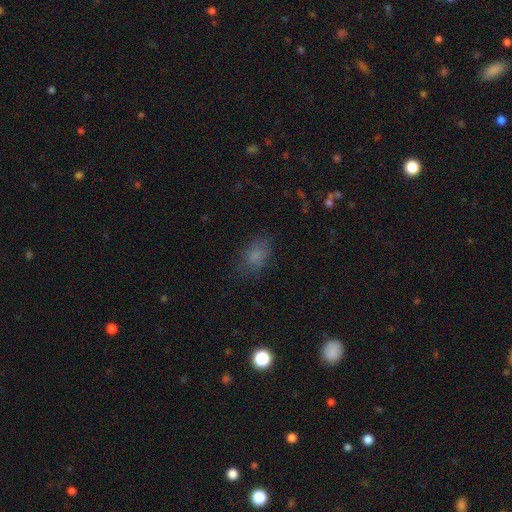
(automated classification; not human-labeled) Overall: smooth (78%). How rounded: in between (83%). Merging: none (73%).